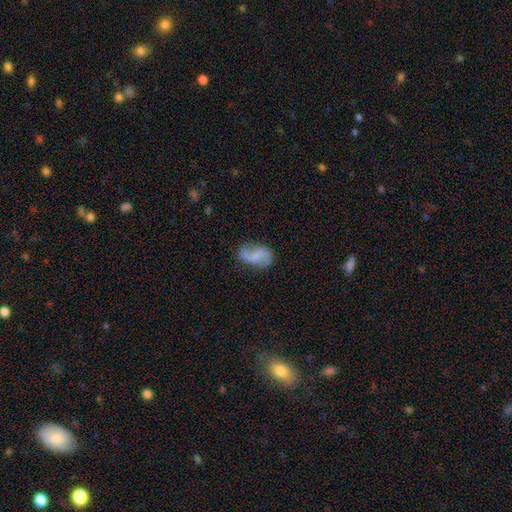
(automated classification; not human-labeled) smooth_or_featured: featured or disk (p=0.62) [alt: smooth p=0.30]
disk_edge_on: no (p=0.97) [alt: yes p=0.03]
bar: weak (p=0.42) [alt: no p=0.41]
has_spiral_arms: yes (p=0.84) [alt: no p=0.16]
spiral_winding: loose (p=0.55) [alt: medium p=0.34]
spiral_arm_count: 2 (p=0.86) [alt: can't tell p=0.06]
bulge_size: none (p=0.52) [alt: small p=0.26]
merging: none (p=0.58) [alt: minor disturbance p=0.24]